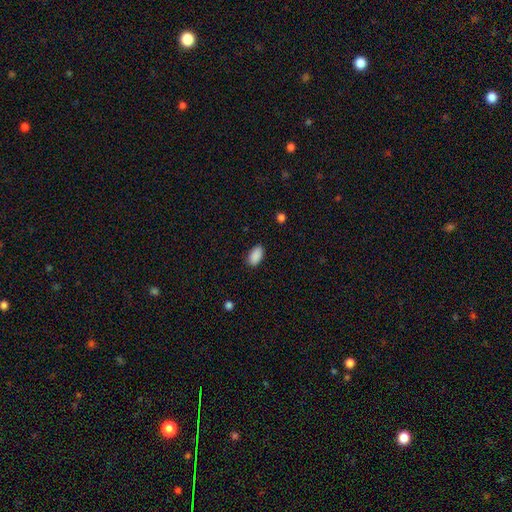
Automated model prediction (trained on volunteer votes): The model was most divided on "merging": none: 87%, minor disturbance: 10%, major disturbance: 2%, merger: 1%. More confident: how rounded — in between (94%); smooth or featured — smooth (90%).